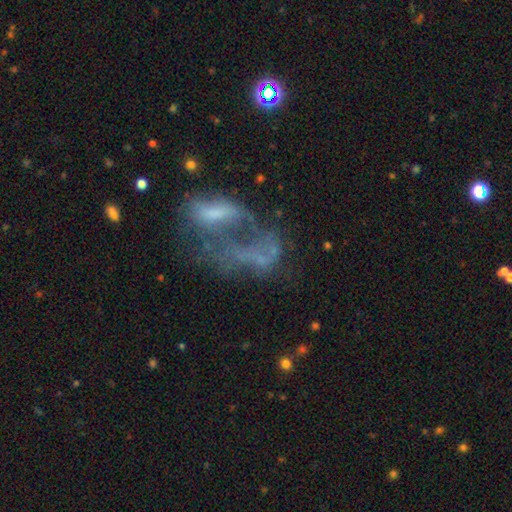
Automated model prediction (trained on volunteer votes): Morphology: type=featured or disk (50%); merging=major disturbance (43%).